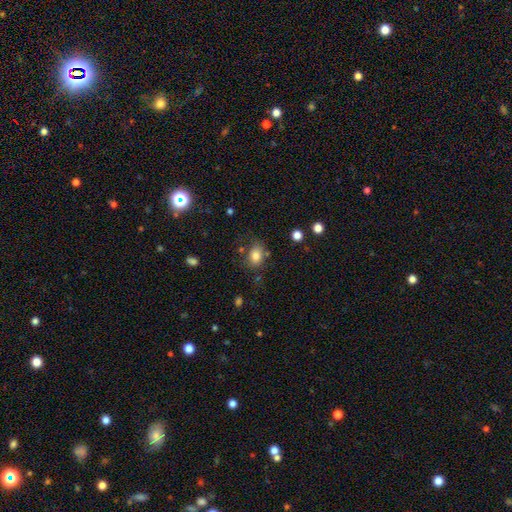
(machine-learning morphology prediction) Q: Smooth or featured?
A: smooth (82%); runner-up: star or artifact (11%)
Q: How rounded?
A: in between (63%); runner-up: round (36%)
Q: Merging?
A: none (71%); runner-up: minor disturbance (17%)